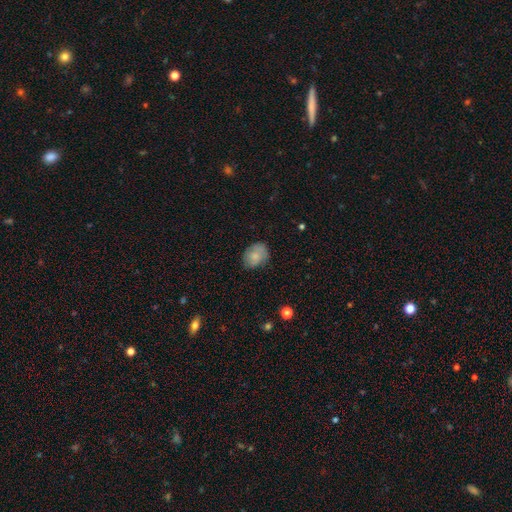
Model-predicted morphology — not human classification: A smooth galaxy with no disk features (77%) that is in between round and cigar-shaped (67%). Merging: none (69%).